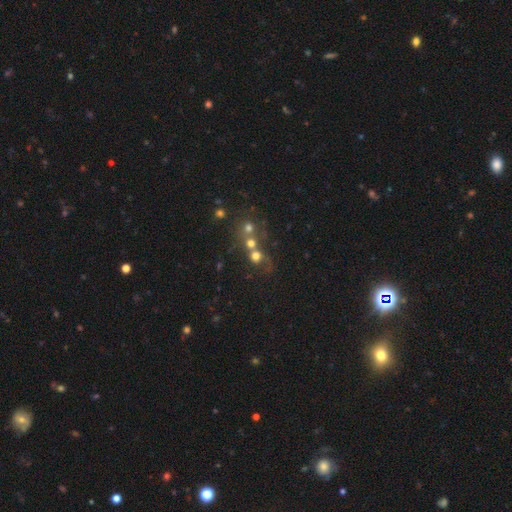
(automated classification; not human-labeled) Smooth or featured: smooth — 60% (featured or disk — 21%)
How rounded: round — 82% (in between — 17%)
Merging: merger — 51% (none — 33%)